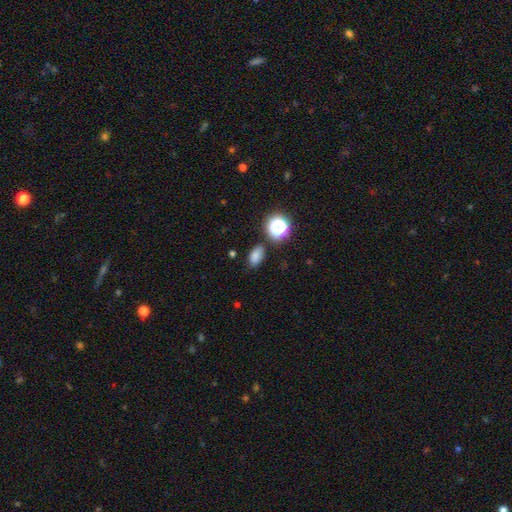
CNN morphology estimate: Smooth or featured? Predicted: smooth (p=0.77). How rounded? Predicted: in between (p=0.84). Merging? Predicted: none (p=0.80).